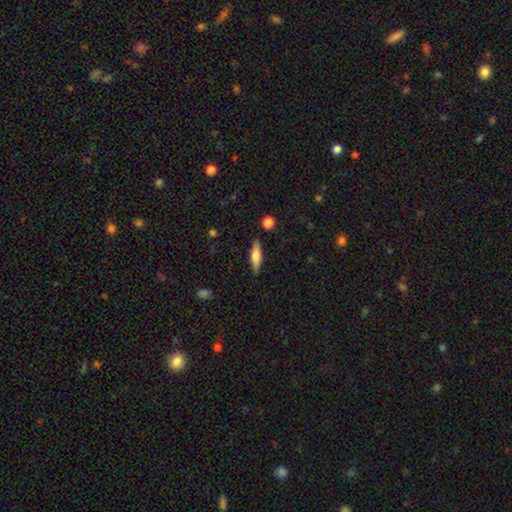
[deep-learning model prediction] smooth_or_featured: smooth (p=0.53) [alt: featured or disk p=0.40]
how_rounded: cigar-shaped (p=0.65) [alt: in between p=0.32]
merging: none (p=0.86) [alt: minor disturbance p=0.09]